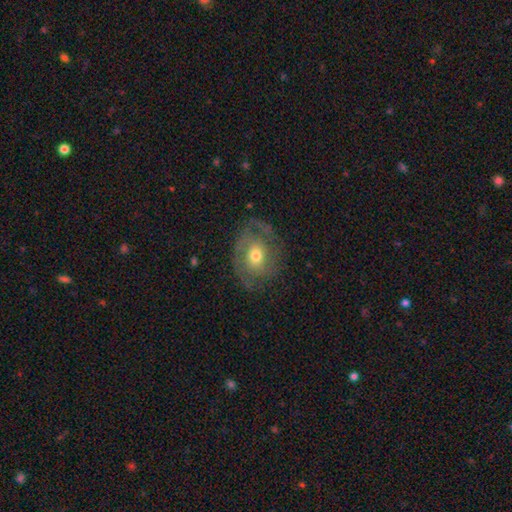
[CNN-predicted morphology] smooth_or_featured: featured or disk (p=0.71) [alt: smooth p=0.22]
disk_edge_on: no (p=0.96) [alt: yes p=0.04]
bar: no (p=0.71) [alt: weak p=0.23]
has_spiral_arms: yes (p=0.82) [alt: no p=0.18]
spiral_winding: tight (p=0.44) [alt: medium p=0.40]
spiral_arm_count: 2 (p=0.45) [alt: can't tell p=0.28]
bulge_size: moderate (p=0.69) [alt: small p=0.22]
merging: none (p=0.67) [alt: minor disturbance p=0.19]